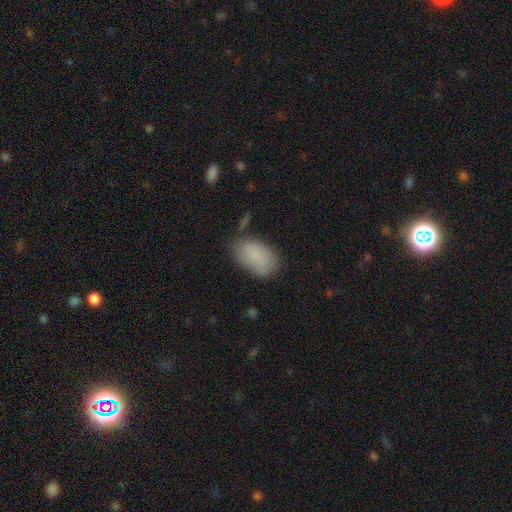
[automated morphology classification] This appears to be a smooth galaxy with no disk features (84%) that is in between round and cigar-shaped (93%). Merging: none (65%).